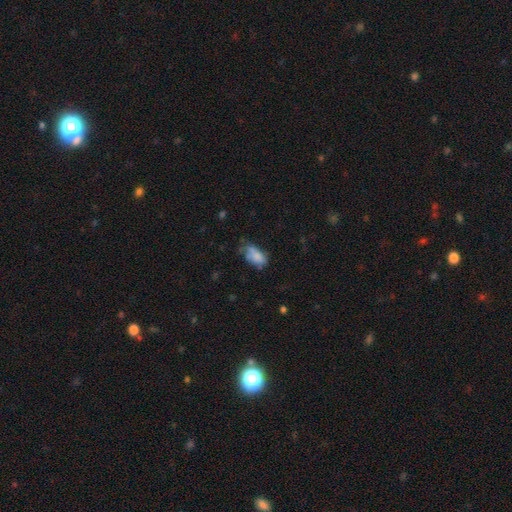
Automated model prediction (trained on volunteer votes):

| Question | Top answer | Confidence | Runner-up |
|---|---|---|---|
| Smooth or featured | smooth | 77% | featured or disk (15%) |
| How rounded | in between | 91% | cigar-shaped (5%) |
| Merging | none | 39% | minor disturbance (38%) |